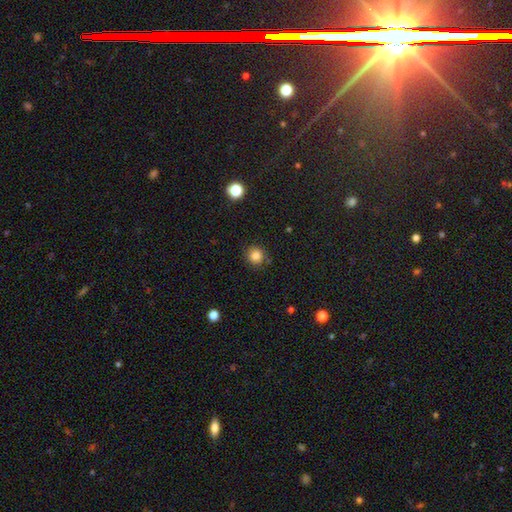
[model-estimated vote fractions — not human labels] smooth 83%, star or artifact 12%, featured or disk 5%. Down the decision tree: how rounded — round (92%); merging — none (86%).